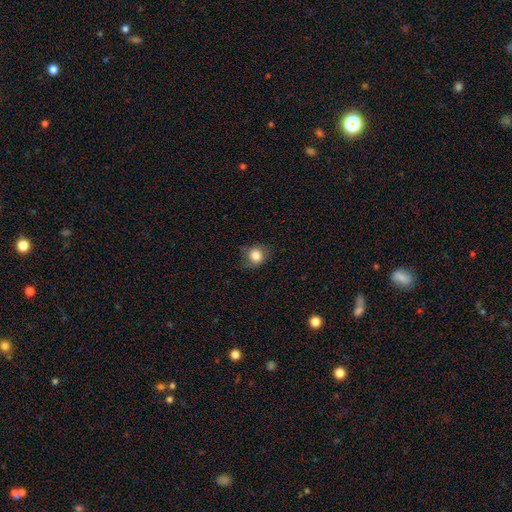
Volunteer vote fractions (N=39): Smooth or featured? smooth (90%)
How rounded? round (91%)
Merging? none (76%)